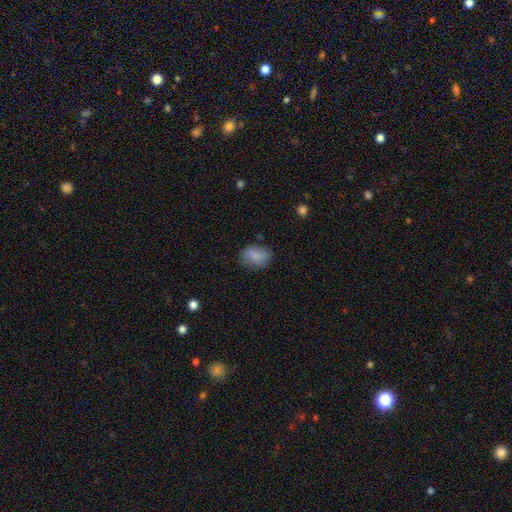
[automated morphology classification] type=smooth (82%); roundness=in between (68%); merging=none (75%).